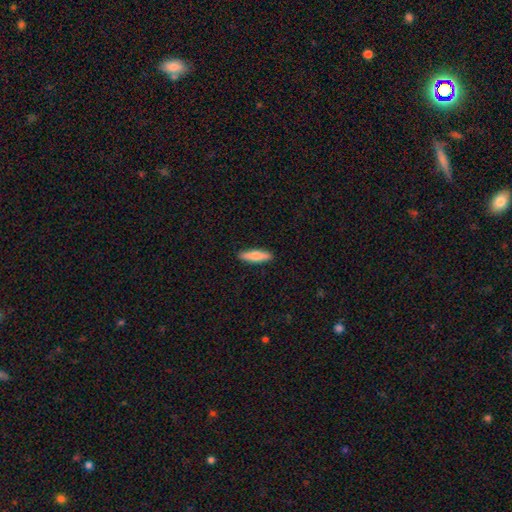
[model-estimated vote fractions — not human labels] Smooth or featured?
  - smooth: 70% *
  - featured or disk: 24%
  - star or artifact: 5%
How rounded?
  - cigar-shaped: 68% *
  - in between: 30%
  - round: 2%
Merging?
  - none: 91% *
  - minor disturbance: 7%
  - major disturbance: 2%
  - merger: 1%